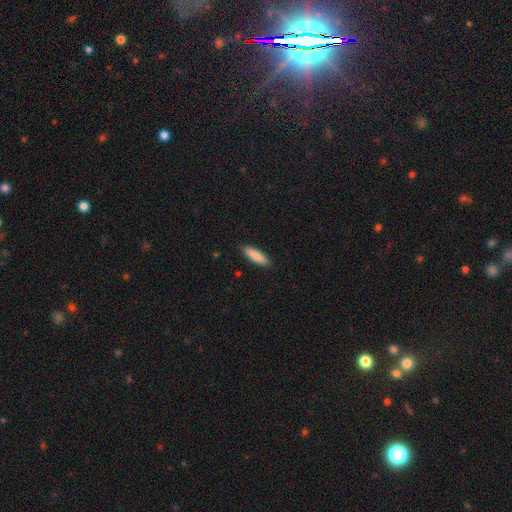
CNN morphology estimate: This is clearly a smooth galaxy (87%). How rounded: likely cigar-shaped (61%). Merging: clearly none (89%).